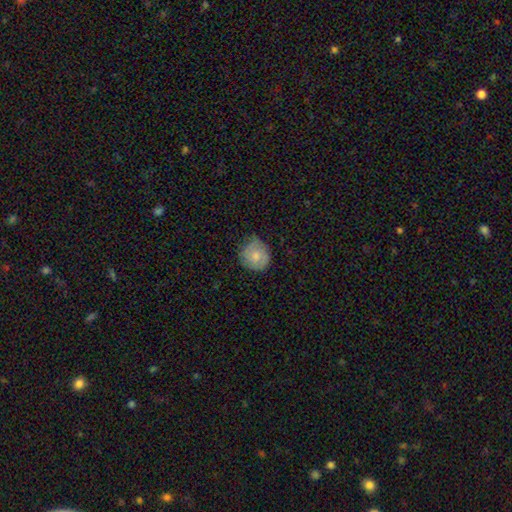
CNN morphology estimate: Overall: smooth (74%). How rounded: round (89%). Merging: none (63%; minor disturbance 30%).